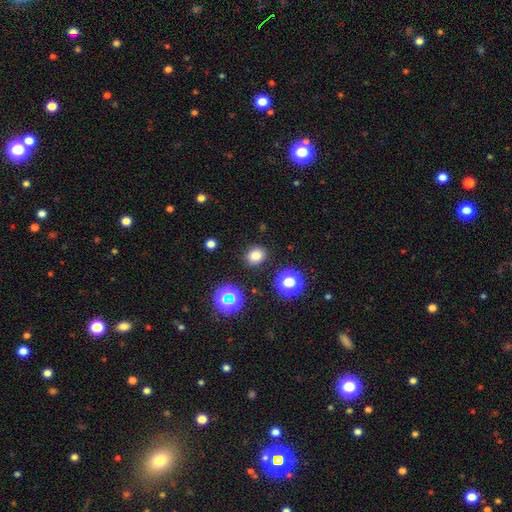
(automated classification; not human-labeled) This is likely a smooth galaxy (77%). How rounded: likely round (66%). Merging: clearly none (88%).